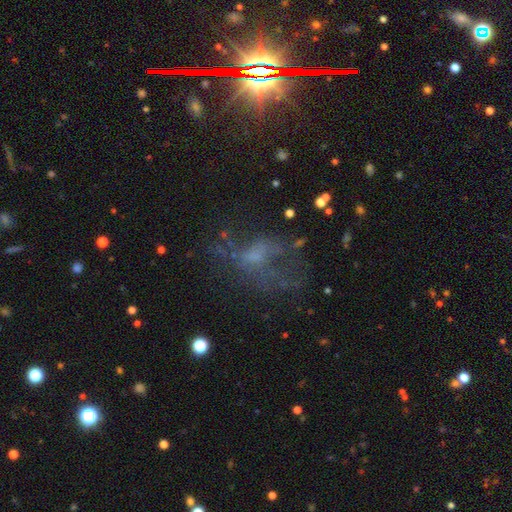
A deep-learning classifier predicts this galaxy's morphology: Smooth or featured: featured or disk — 44% (smooth — 30%)
Merging: major disturbance — 41% (none — 37%)